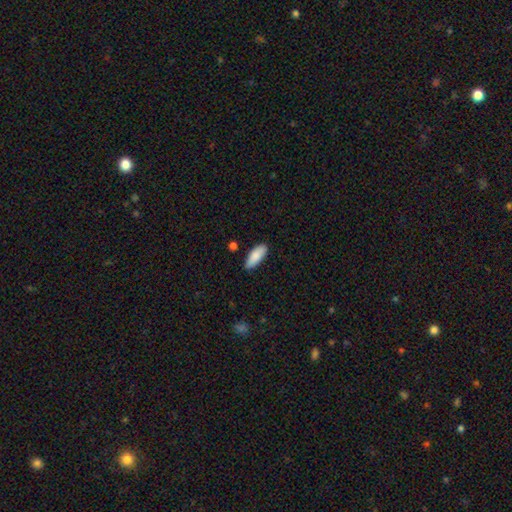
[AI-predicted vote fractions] This is clearly a smooth galaxy (87%). How rounded: likely in between (79%). Merging: clearly none (82%).